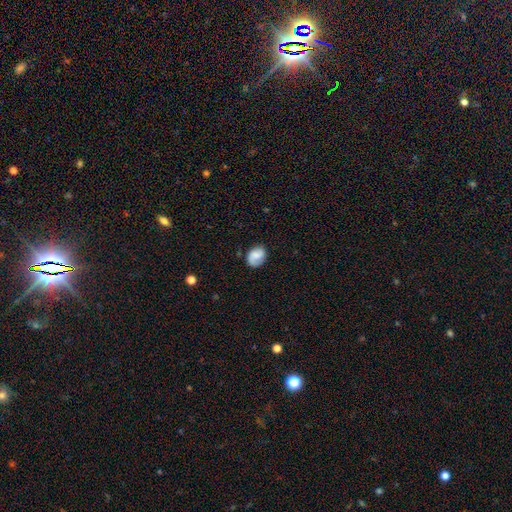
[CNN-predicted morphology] Overall: smooth (52%; featured or disk 40%). How rounded: in between (57%; round 42%). Merging: none (71%).